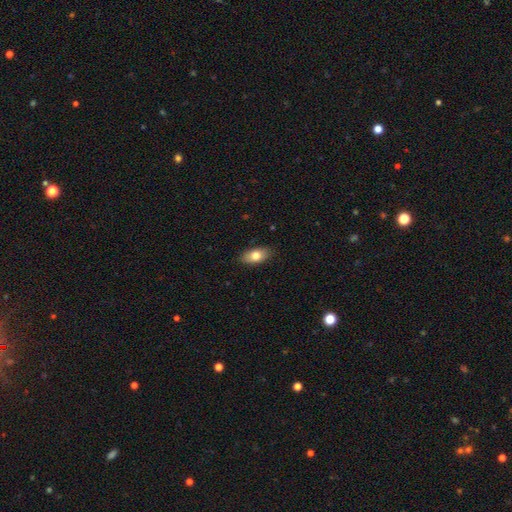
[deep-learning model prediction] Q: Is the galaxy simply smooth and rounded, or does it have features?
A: smooth — 78%.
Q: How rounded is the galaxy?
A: in between — 89%.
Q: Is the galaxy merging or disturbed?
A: none — 87%.